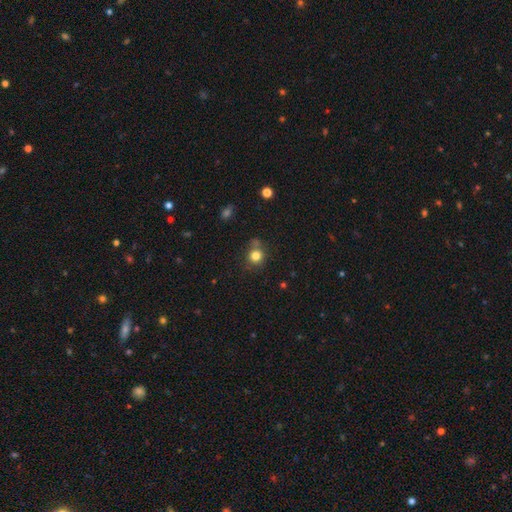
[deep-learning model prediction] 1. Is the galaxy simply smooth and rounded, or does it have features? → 81% smooth, 13% star or artifact, 7% featured or disk.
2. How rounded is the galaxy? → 85% round, 14% in between, 1% cigar-shaped.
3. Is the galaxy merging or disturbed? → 69% none, 16% minor disturbance, 10% merger, 5% major disturbance.